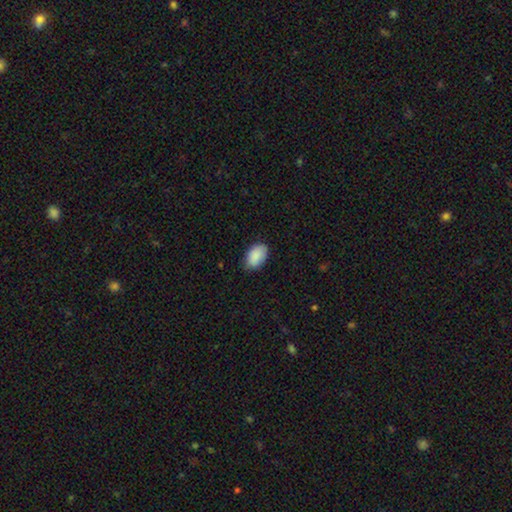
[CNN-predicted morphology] A smooth galaxy with no disk features (89%) that is in between round and cigar-shaped (90%).

Vote fractions:
- Smooth or featured? smooth: 89% / star or artifact: 6% / featured or disk: 4%
- How rounded? in between: 90% / round: 9% / cigar-shaped: 1%
- Merging? none: 77% / minor disturbance: 19% / major disturbance: 3% / merger: 1%